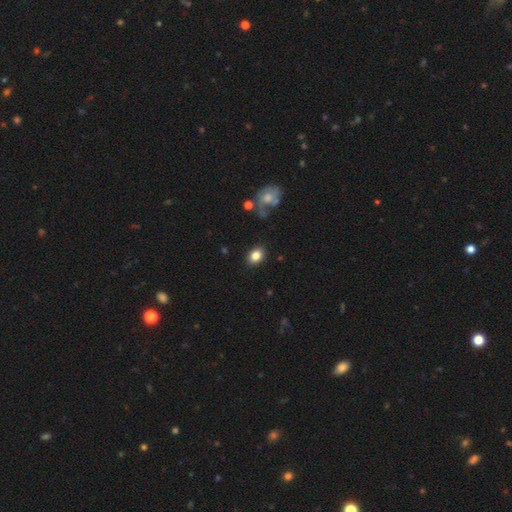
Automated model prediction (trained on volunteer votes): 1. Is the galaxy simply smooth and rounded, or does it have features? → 83% smooth, 9% star or artifact, 8% featured or disk.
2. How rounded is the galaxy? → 66% in between, 33% round, 1% cigar-shaped.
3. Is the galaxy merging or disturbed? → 86% none, 9% minor disturbance, 3% major disturbance, 2% merger.